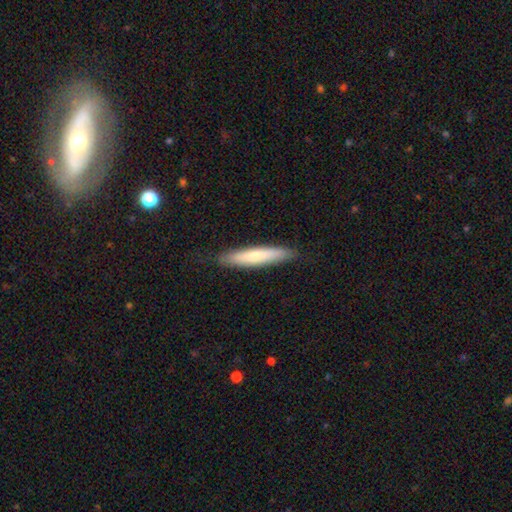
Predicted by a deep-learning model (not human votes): This appears to be a smooth galaxy with no disk features (69%) that is cigar-shaped (89%). Merging: none (86%).